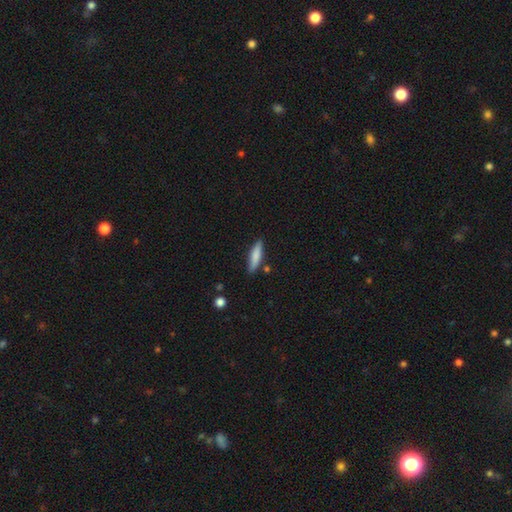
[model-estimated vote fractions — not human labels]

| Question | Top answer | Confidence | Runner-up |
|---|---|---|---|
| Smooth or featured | smooth | 76% | featured or disk (17%) |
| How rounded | cigar-shaped | 75% | in between (24%) |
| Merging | none | 82% | minor disturbance (13%) |